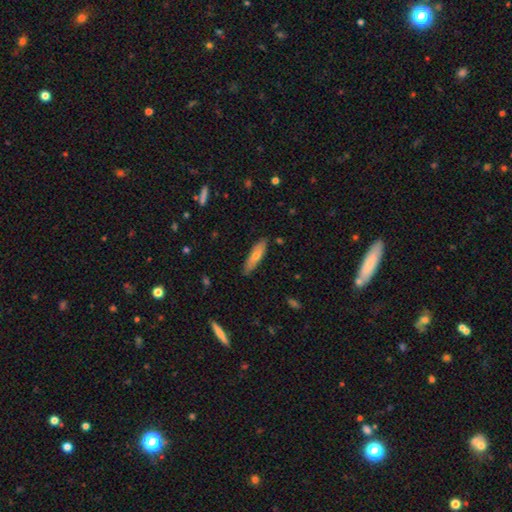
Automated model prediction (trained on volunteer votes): Morphology: type=smooth (60%); roundness=cigar-shaped (71%); merging=none (85%).